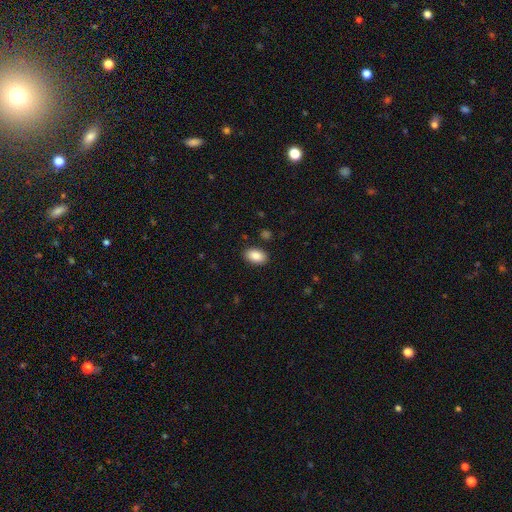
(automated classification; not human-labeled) Smooth or featured?
  - smooth: 88% *
  - star or artifact: 7%
  - featured or disk: 5%
How rounded?
  - in between: 92% *
  - round: 6%
  - cigar-shaped: 1%
Merging?
  - none: 88% *
  - minor disturbance: 8%
  - major disturbance: 2%
  - merger: 1%